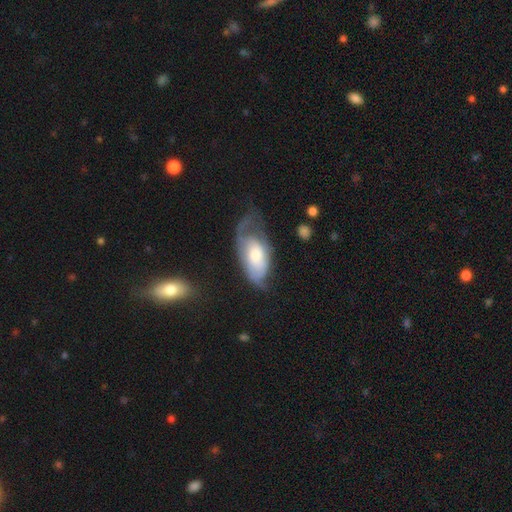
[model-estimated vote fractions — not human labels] A featured or disk galaxy (56%) with no bar (73%), spiral arms (73%) and a moderate central bulge (51%).

Vote fractions:
- Smooth or featured? featured or disk: 56% / smooth: 38% / star or artifact: 6%
- Edge-on disk? no: 91% / yes: 9%
- Bar? no: 73% / weak: 22% / strong: 5%
- Spiral arms? yes: 73% / no: 27%
- Bulge size? moderate: 51% / large: 23% / small: 20% / dominant: 3% / none: 3%
- Merging? major disturbance: 38% / none: 31% / minor disturbance: 28% / merger: 3%